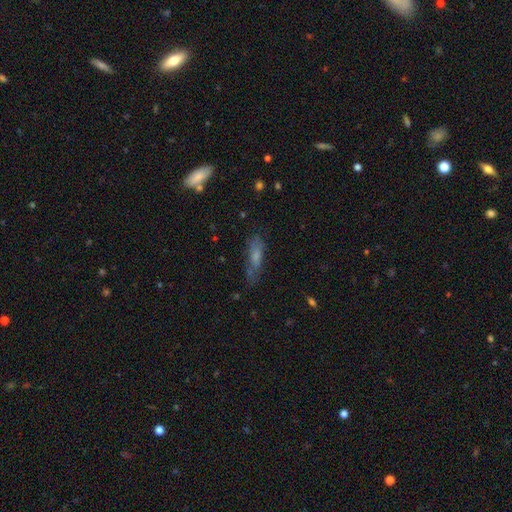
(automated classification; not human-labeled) Smooth or featured?
  - smooth: 54% *
  - featured or disk: 34%
  - star or artifact: 12%
How rounded?
  - cigar-shaped: 54% *
  - in between: 43%
  - round: 3%
Merging?
  - none: 57% *
  - minor disturbance: 26%
  - major disturbance: 13%
  - merger: 4%